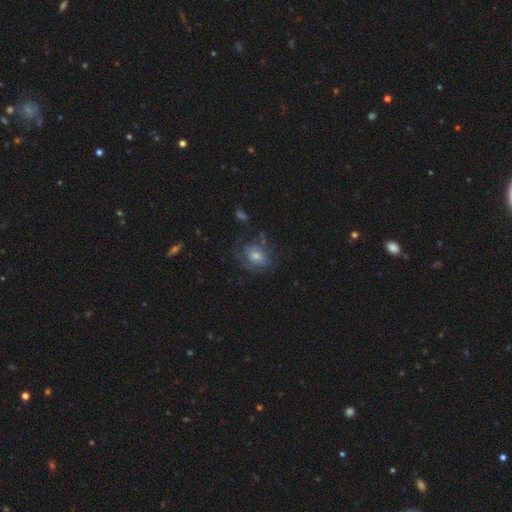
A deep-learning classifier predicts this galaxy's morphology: Q: Smooth or featured?
A: featured or disk (54%); runner-up: smooth (33%)
Q: Edge-on disk?
A: no (96%); runner-up: yes (4%)
Q: Bar?
A: no (68%); runner-up: weak (27%)
Q: Spiral arms?
A: yes (75%); runner-up: no (25%)
Q: Bulge size?
A: moderate (53%); runner-up: small (30%)
Q: Merging?
A: none (56%); runner-up: minor disturbance (22%)